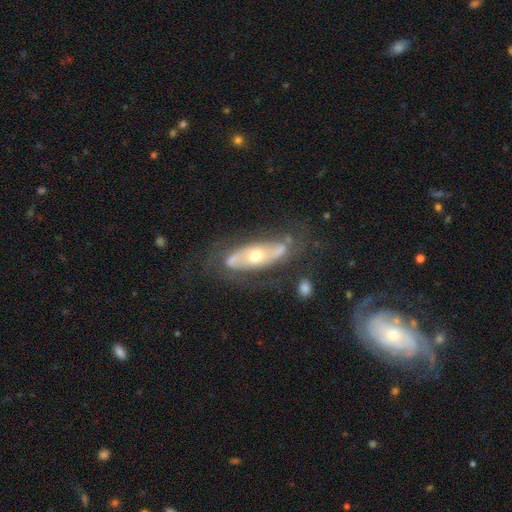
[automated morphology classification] smooth-or-featured: featured or disk: 72% | smooth: 22% | star or artifact: 5%
  disk-edge-on: no: 83% | yes: 17%
    bar: no: 72% | weak: 17% | strong: 10%
    has-spiral-arms: yes: 63% | no: 37%
    bulge-size: moderate: 69% | small: 22% | large: 7% | dominant: 1% | none: 1%
  merging: none: 61% | minor disturbance: 21% | major disturbance: 13% | merger: 5%